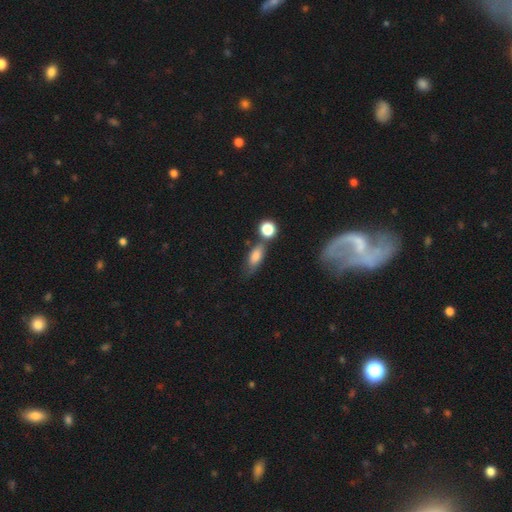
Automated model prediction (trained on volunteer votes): smooth 78%, featured or disk 12%, star or artifact 10%. Down the decision tree: how rounded — in between (76%); merging — none (54%).